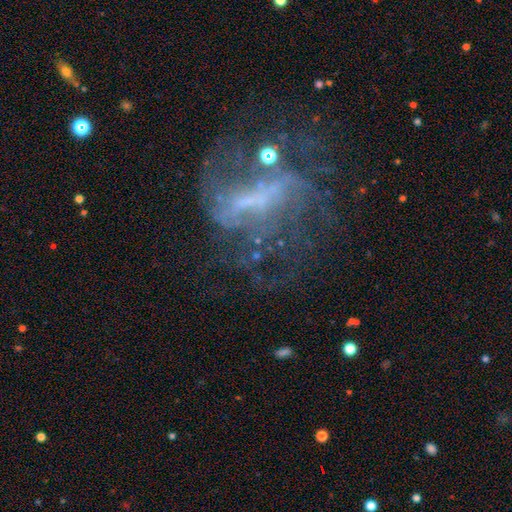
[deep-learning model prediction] This is likely a featured or disk galaxy (67%). It is clearly not viewed edge-on (96%). Bar: marginally no (37%). Spiral arm pattern: possibly yes (53%). Central bulge: possibly none (48%). Merging: marginally none (42%).